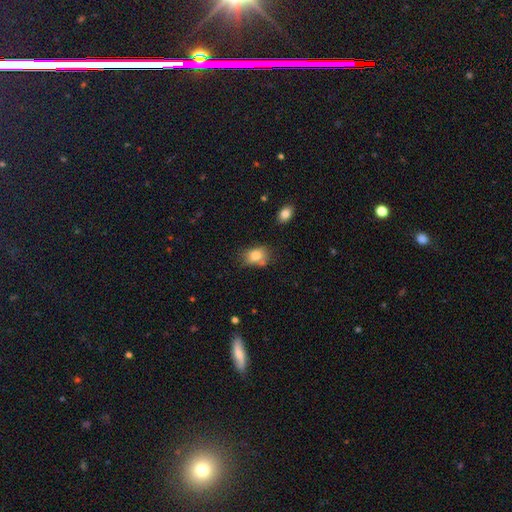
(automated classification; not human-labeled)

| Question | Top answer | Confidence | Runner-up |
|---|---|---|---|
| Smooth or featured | smooth | 79% | featured or disk (12%) |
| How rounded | in between | 71% | round (28%) |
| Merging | none | 53% | minor disturbance (25%) |